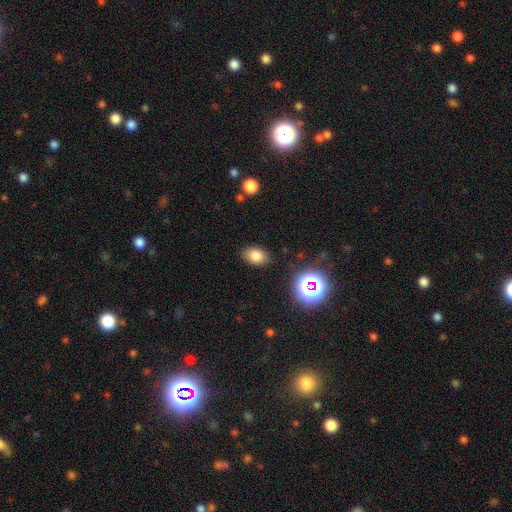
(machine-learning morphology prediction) A smooth galaxy with no disk features (79%) that is in between round and cigar-shaped (74%). Merging: none (85%).